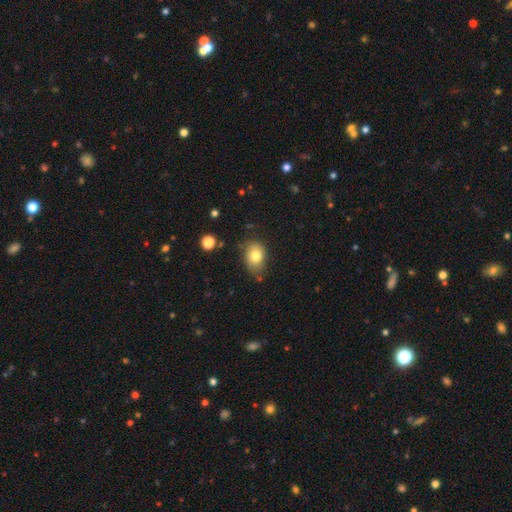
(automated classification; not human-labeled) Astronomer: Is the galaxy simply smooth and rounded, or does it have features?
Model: smooth — 79%.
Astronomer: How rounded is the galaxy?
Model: in between — 72%.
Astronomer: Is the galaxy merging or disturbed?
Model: none — 65%.